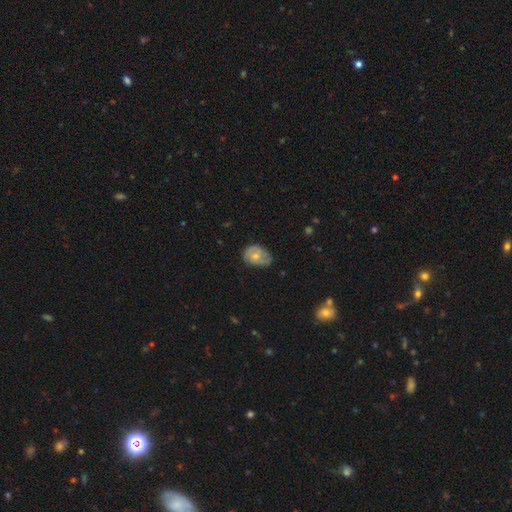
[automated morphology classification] This is possibly a smooth galaxy (47%). Merging: possibly none (47%).